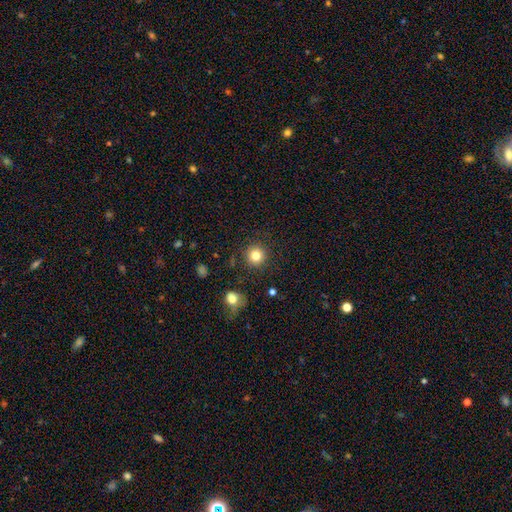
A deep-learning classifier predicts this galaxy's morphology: Smooth or featured? smooth (82%)
How rounded? round (94%)
Merging? none (89%)